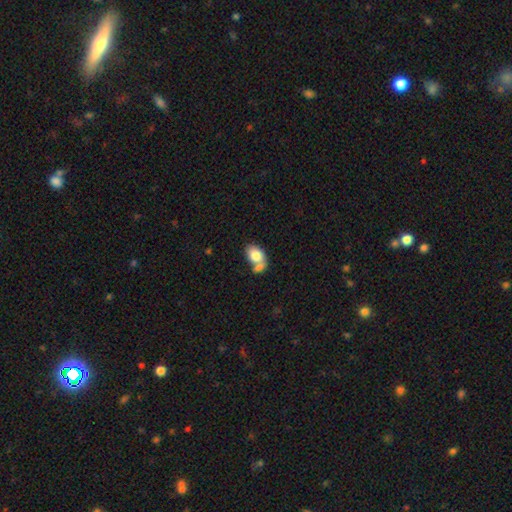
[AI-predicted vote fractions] Smooth or featured: smooth — 80% (featured or disk — 13%)
How rounded: in between — 84% (round — 15%)
Merging: merger — 52% (none — 31%)